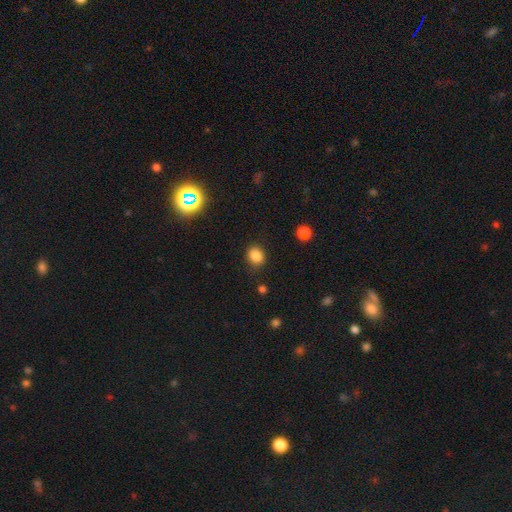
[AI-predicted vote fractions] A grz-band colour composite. It shows a smooth galaxy with no disk features (84%) that is round (59%). Merging: none (83%).